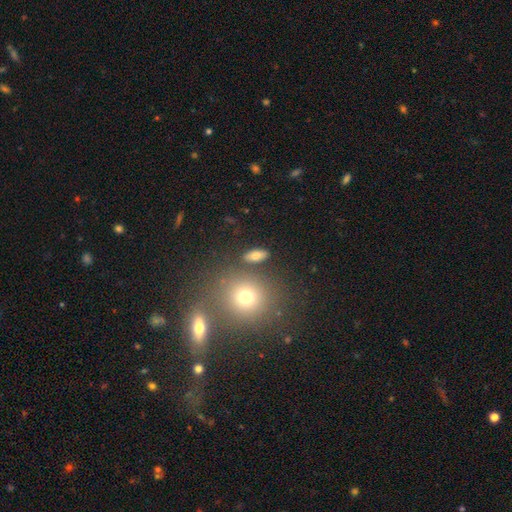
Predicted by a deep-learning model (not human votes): A smooth galaxy with no disk features (76%) that is in between round and cigar-shaped (73%).

Vote fractions:
- Smooth or featured? smooth: 76% / star or artifact: 12% / featured or disk: 12%
- How rounded? in between: 73% / cigar-shaped: 15% / round: 12%
- Merging? none: 84% / minor disturbance: 8% / merger: 4% / major disturbance: 3%